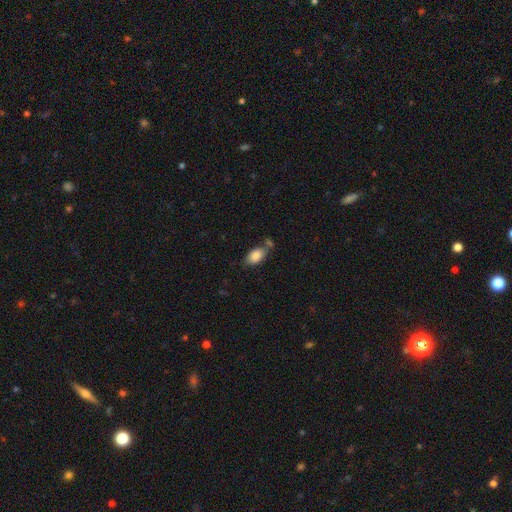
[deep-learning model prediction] Smooth or featured?
  - smooth: 85% *
  - star or artifact: 8%
  - featured or disk: 7%
How rounded?
  - in between: 90% *
  - round: 7%
  - cigar-shaped: 2%
Merging?
  - none: 53% *
  - merger: 22%
  - minor disturbance: 19%
  - major disturbance: 7%